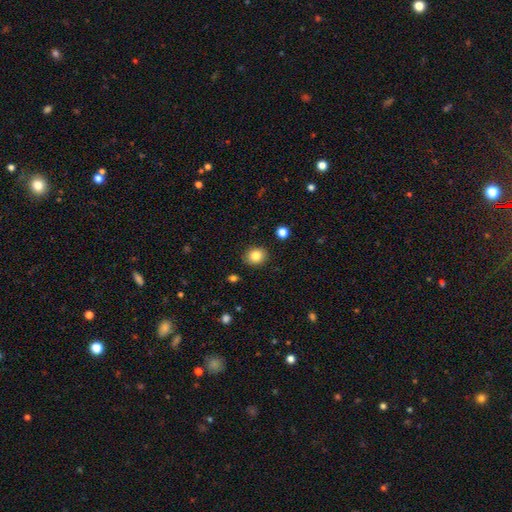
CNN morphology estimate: Smooth or featured?
  - smooth: 84% *
  - star or artifact: 10%
  - featured or disk: 7%
How rounded?
  - round: 64% *
  - in between: 35%
  - cigar-shaped: 1%
Merging?
  - none: 89% *
  - minor disturbance: 8%
  - major disturbance: 2%
  - merger: 1%